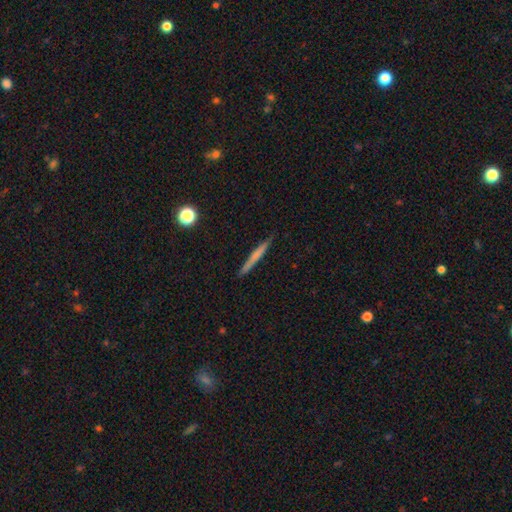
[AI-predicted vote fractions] smooth 56%, featured or disk 37%, star or artifact 7%. Down the decision tree: how rounded — cigar-shaped (96%); merging — none (90%).